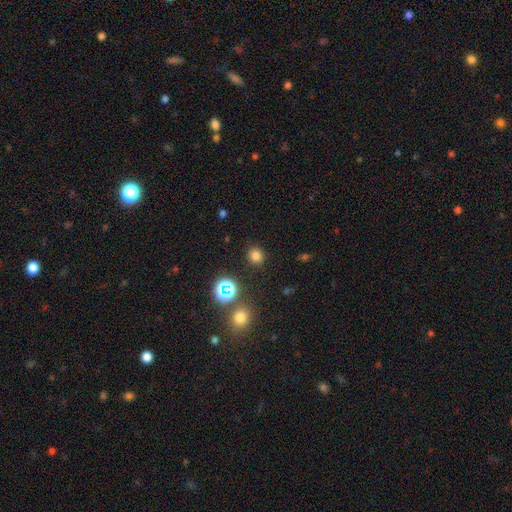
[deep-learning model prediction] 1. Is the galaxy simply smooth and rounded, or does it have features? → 76% smooth, 20% star or artifact, 5% featured or disk.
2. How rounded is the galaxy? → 83% round, 16% in between, 1% cigar-shaped.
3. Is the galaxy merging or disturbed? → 88% none, 7% minor disturbance, 3% major disturbance, 2% merger.